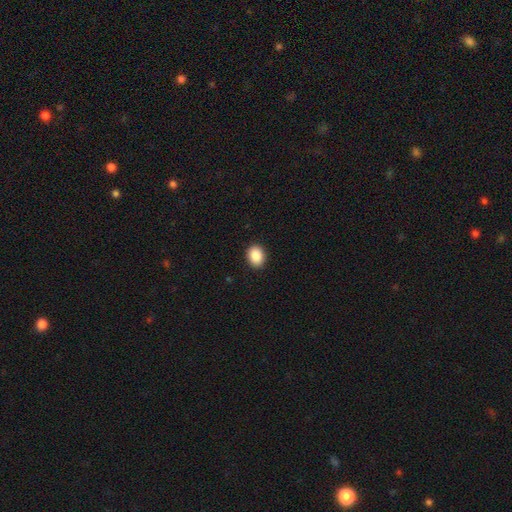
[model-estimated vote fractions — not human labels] This is clearly a smooth galaxy (89%). How rounded: possibly in between (58%). Merging: clearly none (91%).